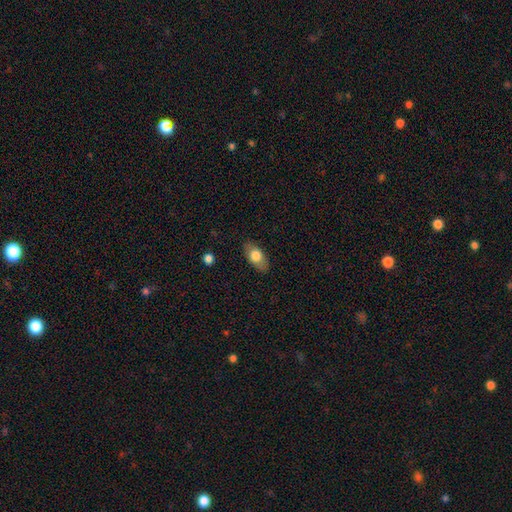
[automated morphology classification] type=smooth (76%); roundness=in between (90%); merging=none (84%).